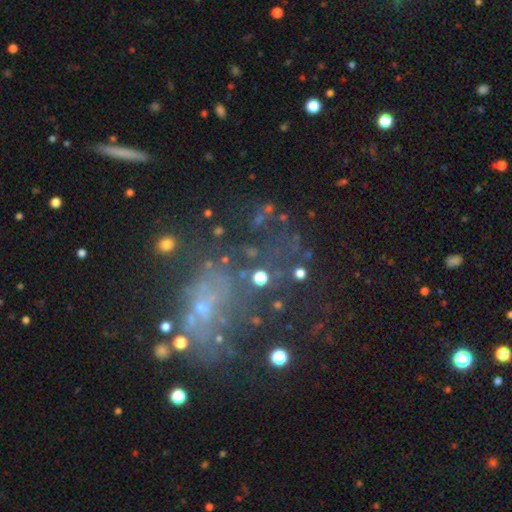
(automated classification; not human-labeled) smooth-or-featured: featured or disk: 40% | star or artifact: 37% | smooth: 22%
  merging: none: 39% | major disturbance: 32% | minor disturbance: 17% | merger: 12%